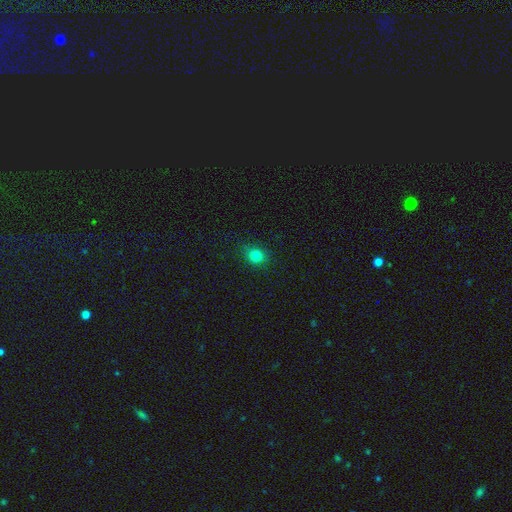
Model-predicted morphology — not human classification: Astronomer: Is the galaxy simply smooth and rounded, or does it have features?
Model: smooth — 80%.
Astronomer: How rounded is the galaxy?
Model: round — 76%.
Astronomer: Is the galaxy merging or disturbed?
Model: none — 86%.